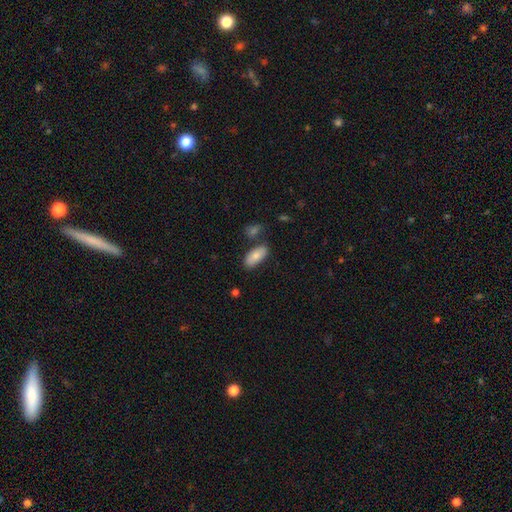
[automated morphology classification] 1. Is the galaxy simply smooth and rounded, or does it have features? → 82% smooth, 12% featured or disk, 6% star or artifact.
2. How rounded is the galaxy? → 89% in between, 9% cigar-shaped, 2% round.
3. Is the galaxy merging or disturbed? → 75% none, 14% minor disturbance, 8% merger, 3% major disturbance.